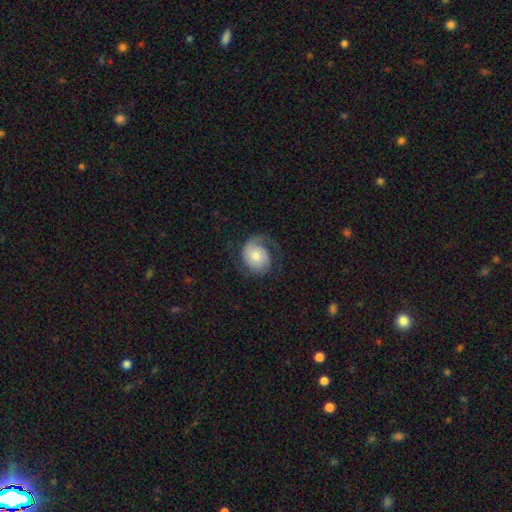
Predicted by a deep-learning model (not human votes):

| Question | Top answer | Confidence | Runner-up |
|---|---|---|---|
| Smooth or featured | featured or disk | 64% | smooth (29%) |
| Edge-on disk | no | 97% | yes (3%) |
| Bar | no | 74% | weak (21%) |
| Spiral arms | yes | 92% | no (8%) |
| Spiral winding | medium | 38% | tight (32%) |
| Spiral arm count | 2 | 49% | 1 (40%) |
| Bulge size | moderate | 49% | small (31%) |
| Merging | none | 58% | major disturbance (22%) |